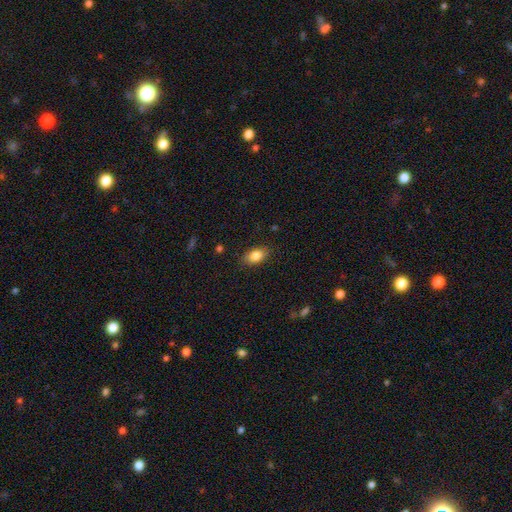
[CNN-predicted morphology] This appears to be a smooth galaxy with no disk features (85%) that is in between round and cigar-shaped (87%). Merging: none (84%).